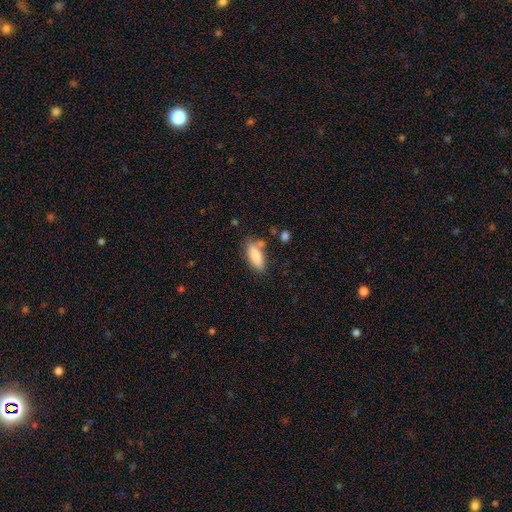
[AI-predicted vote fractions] Smooth or featured: smooth — 83% (featured or disk — 10%)
How rounded: in between — 73% (cigar-shaped — 25%)
Merging: none — 70% (minor disturbance — 17%)